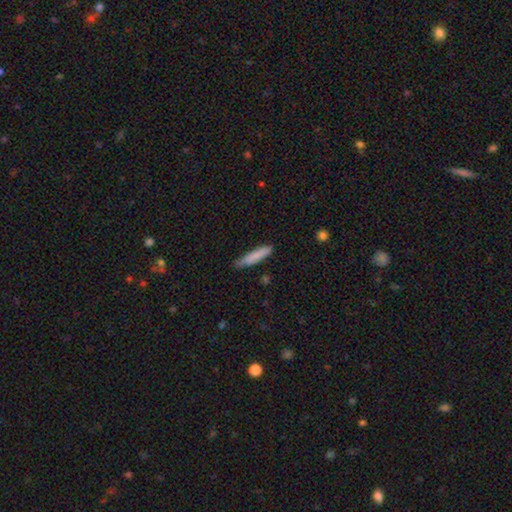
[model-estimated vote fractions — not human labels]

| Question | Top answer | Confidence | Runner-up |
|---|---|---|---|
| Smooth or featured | smooth | 80% | featured or disk (14%) |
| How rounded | cigar-shaped | 89% | in between (9%) |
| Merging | none | 77% | minor disturbance (18%) |